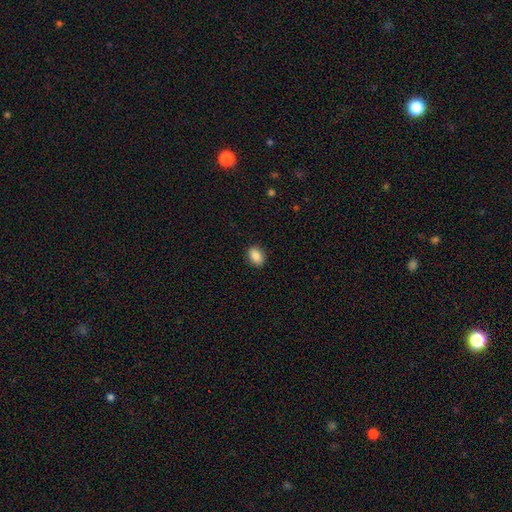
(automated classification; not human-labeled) smooth-or-featured: smooth: 88% | star or artifact: 8% | featured or disk: 4%
  how-rounded: in between: 78% | round: 21% | cigar-shaped: 2%
  merging: none: 89% | minor disturbance: 8% | major disturbance: 2% | merger: 1%